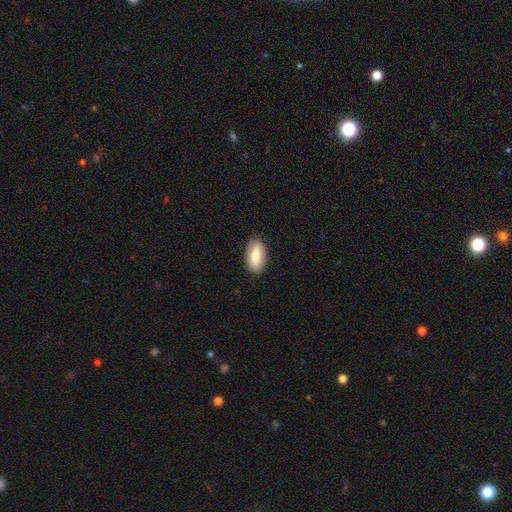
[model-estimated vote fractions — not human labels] smooth_or_featured: smooth (p=0.71) [alt: featured or disk p=0.23]
how_rounded: in between (p=0.90) [alt: cigar-shaped p=0.06]
merging: none (p=0.87) [alt: minor disturbance p=0.10]